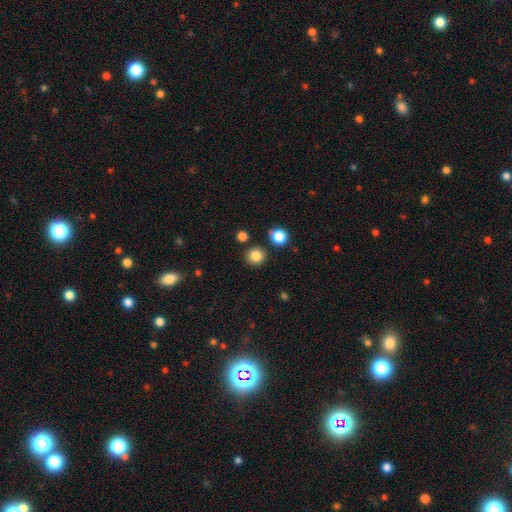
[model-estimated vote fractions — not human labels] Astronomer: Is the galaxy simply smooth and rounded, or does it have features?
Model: smooth — 84%.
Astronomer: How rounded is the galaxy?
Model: round — 91%.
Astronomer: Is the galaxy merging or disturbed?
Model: none — 87%.